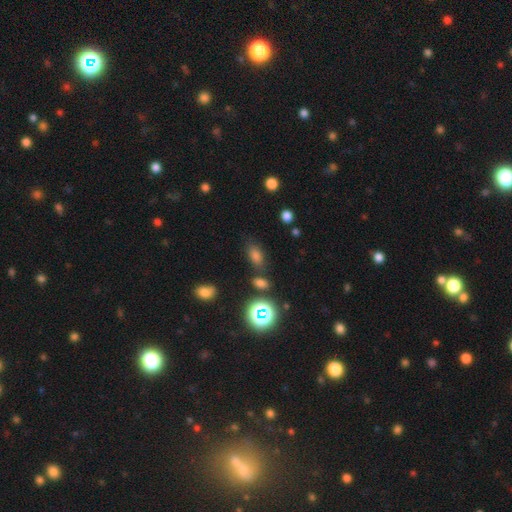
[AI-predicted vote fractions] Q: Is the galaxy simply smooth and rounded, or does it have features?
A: smooth — 69%.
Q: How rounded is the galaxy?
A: in between — 84%.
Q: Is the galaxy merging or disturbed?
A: none — 73%.